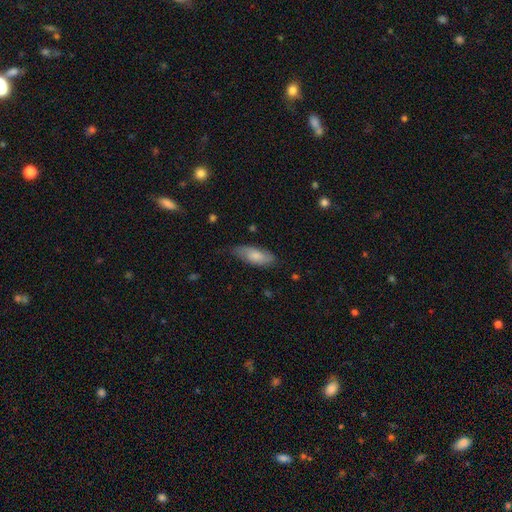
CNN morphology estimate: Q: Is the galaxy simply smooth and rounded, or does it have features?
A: smooth — 71%.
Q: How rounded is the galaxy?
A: in between — 80%.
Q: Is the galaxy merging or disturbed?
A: none — 67%.